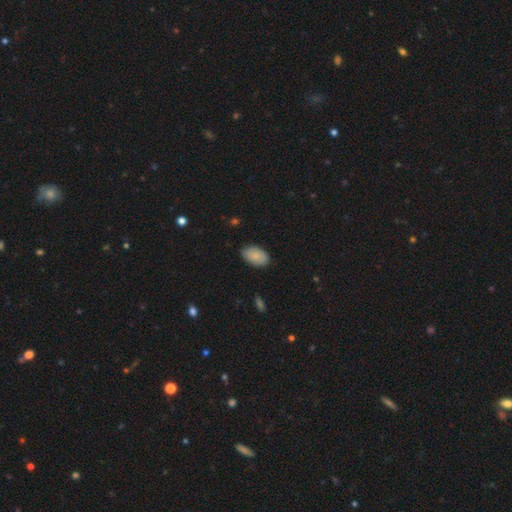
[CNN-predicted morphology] A smooth galaxy with no disk features (82%) that is in between round and cigar-shaped (93%). Merging: none (82%).